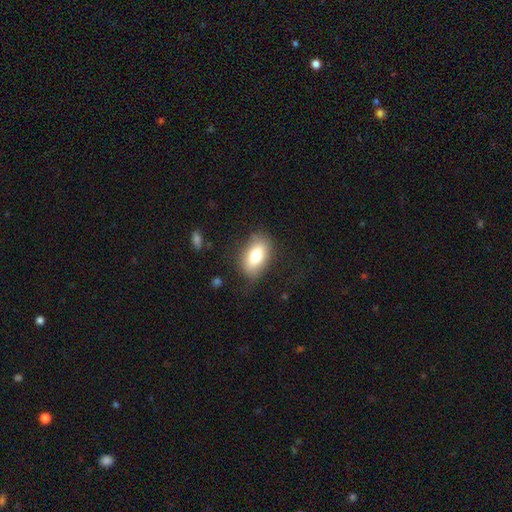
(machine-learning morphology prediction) A smooth galaxy with no disk features (76%) that is in between round and cigar-shaped (89%).

Vote fractions:
- Smooth or featured? smooth: 76% / featured or disk: 17% / star or artifact: 8%
- How rounded? in between: 89% / round: 8% / cigar-shaped: 3%
- Merging? none: 78% / minor disturbance: 15% / major disturbance: 5% / merger: 1%